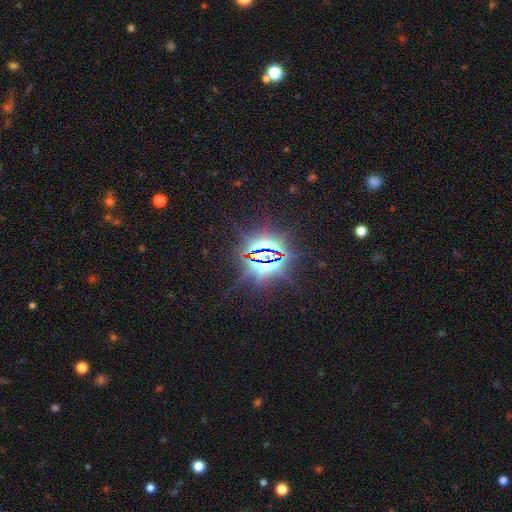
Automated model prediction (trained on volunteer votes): This is clearly a star or artifact rather than a galaxy (85%).